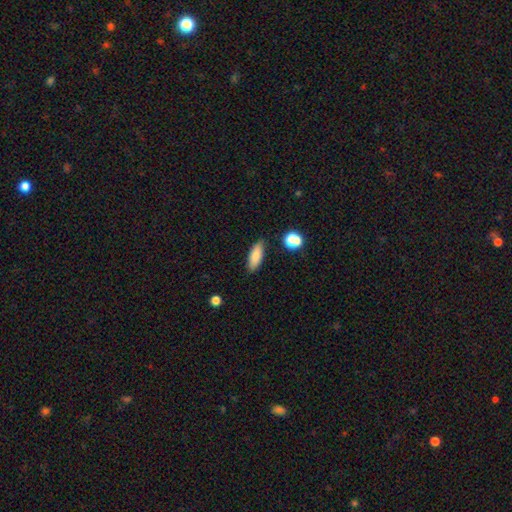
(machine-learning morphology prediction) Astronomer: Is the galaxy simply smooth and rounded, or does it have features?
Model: smooth — 83%.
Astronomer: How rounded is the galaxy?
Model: in between — 67%.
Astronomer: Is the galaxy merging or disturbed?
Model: none — 84%.